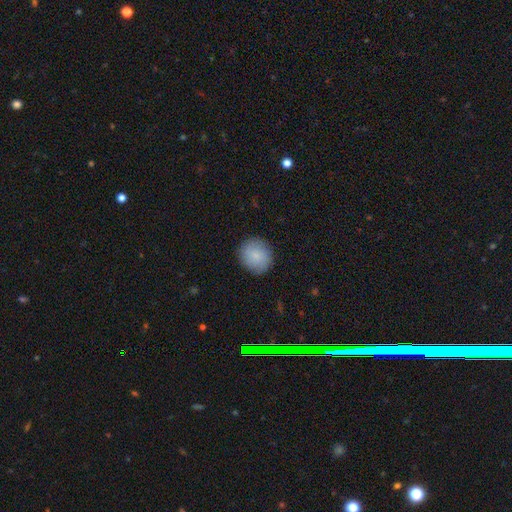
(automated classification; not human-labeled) Overall: smooth (83%). How rounded: round (85%). Merging: none (88%).